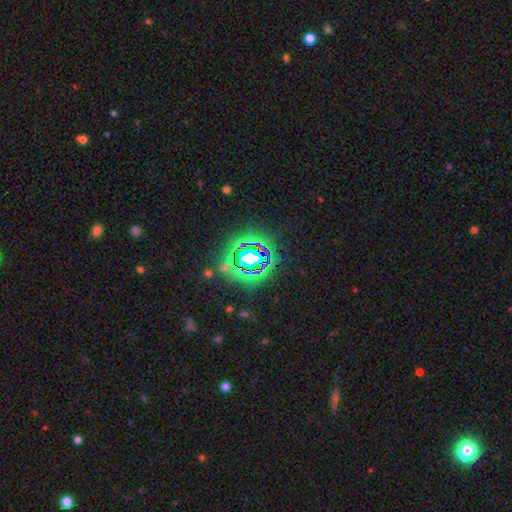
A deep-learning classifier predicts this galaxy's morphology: Smooth or featured? Predicted: star or artifact (p=0.76).